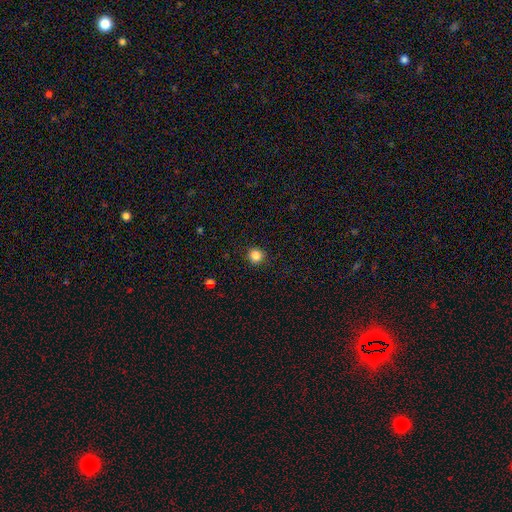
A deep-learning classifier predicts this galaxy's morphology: A smooth galaxy with no disk features (85%) that is round (94%).

Vote fractions:
- Smooth or featured? smooth: 85% / star or artifact: 11% / featured or disk: 4%
- How rounded? round: 94% / in between: 5% / cigar-shaped: 1%
- Merging? none: 91% / minor disturbance: 6% / major disturbance: 2% / merger: 1%